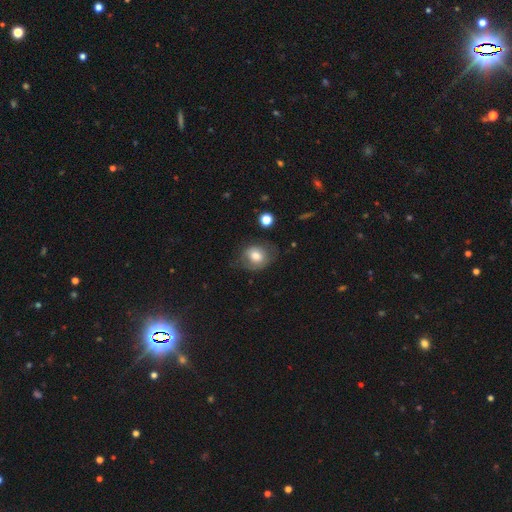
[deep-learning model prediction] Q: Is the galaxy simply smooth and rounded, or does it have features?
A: smooth — 71%.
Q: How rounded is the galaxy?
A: round — 59%.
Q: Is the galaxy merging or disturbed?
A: none — 63%.